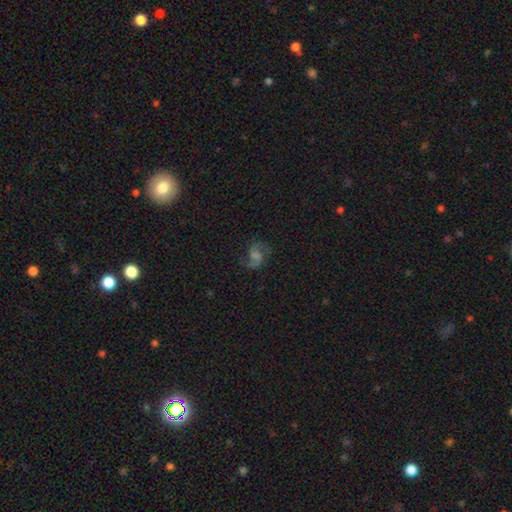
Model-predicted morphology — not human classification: type=featured or disk (78%); edge-on=no (98%); bar=weak (48%); spiral arms=yes (96%); winding=medium (53%); arm count=2 (91%); bulge=moderate (37%); merging=none (79%).